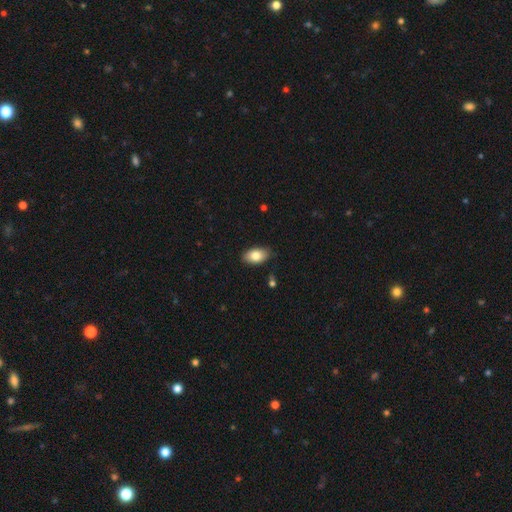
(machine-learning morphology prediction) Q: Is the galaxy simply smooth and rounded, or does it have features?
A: smooth — 83%.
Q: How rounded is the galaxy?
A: in between — 92%.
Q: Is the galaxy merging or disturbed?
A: none — 85%.